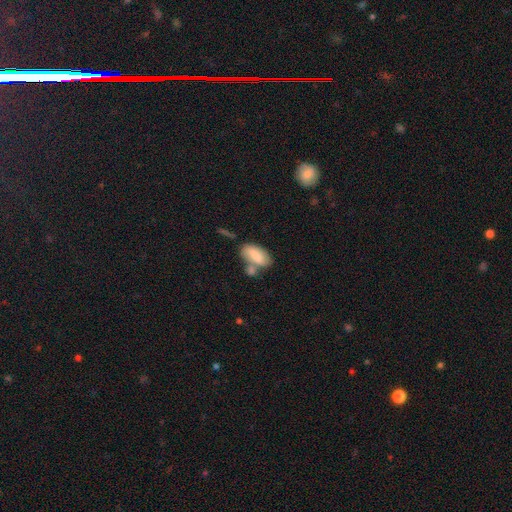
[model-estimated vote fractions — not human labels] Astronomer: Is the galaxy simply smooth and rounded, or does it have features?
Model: smooth — 76%.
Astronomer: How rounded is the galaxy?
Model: in between — 89%.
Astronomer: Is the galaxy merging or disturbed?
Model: none — 44% (runner-up: merger, 30%).